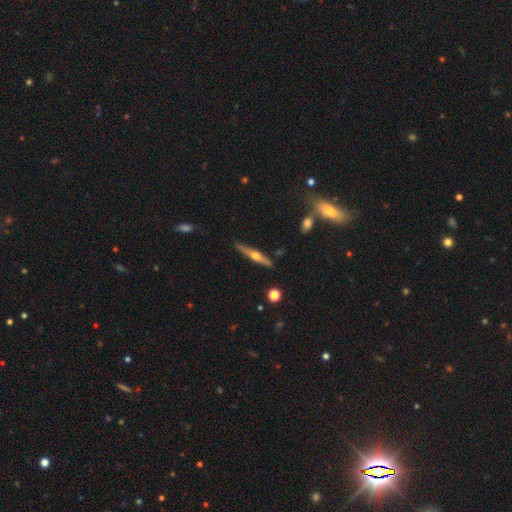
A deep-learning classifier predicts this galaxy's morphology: Smooth or featured?
  - featured or disk: 66% *
  - smooth: 28%
  - star or artifact: 6%
Edge-on disk?
  - yes: 96% *
  - no: 4%
Edge-on bulge?
  - rounded: 93% *
  - none: 5%
  - boxy: 2%
Merging?
  - none: 88% *
  - minor disturbance: 9%
  - merger: 2%
  - major disturbance: 2%